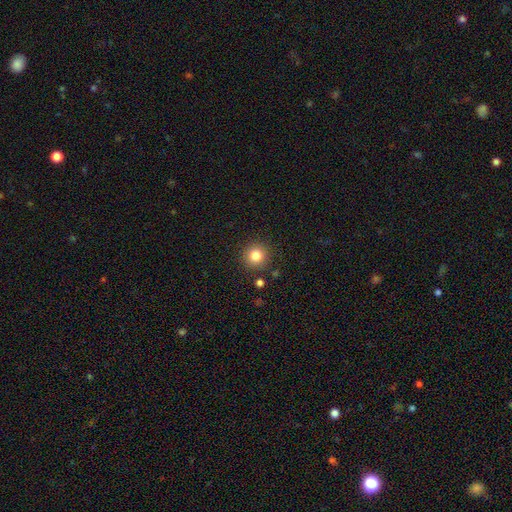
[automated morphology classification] A smooth galaxy with no disk features (82%) that is round (94%). Merging: none (89%).